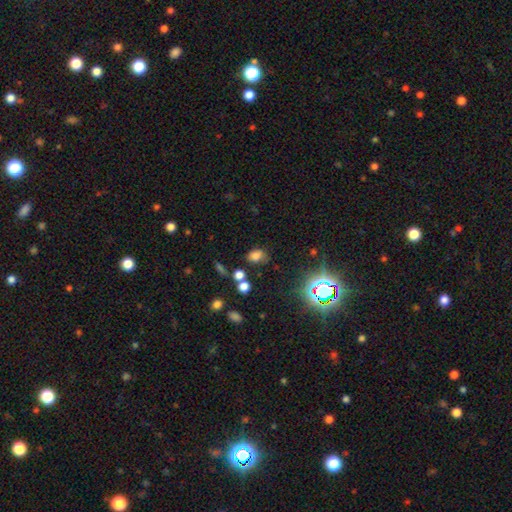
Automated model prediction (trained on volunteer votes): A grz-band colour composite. It shows a smooth galaxy with no disk features (70%) that is in between round and cigar-shaped (66%). Merging: none (64%).